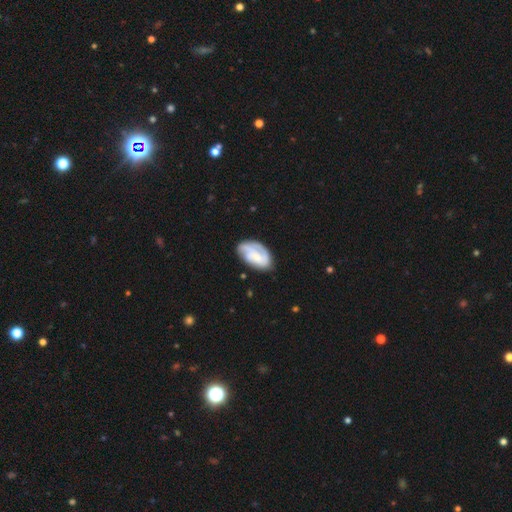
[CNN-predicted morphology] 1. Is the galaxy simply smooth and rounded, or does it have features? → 58% featured or disk, 36% smooth, 6% star or artifact.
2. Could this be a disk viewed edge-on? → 96% no, 4% yes.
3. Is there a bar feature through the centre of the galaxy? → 63% no, 30% weak, 8% strong.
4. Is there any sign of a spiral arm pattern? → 85% yes, 15% no.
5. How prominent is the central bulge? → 43% small, 29% moderate, 20% none, 6% large, 2% dominant.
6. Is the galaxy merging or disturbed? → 60% none, 26% minor disturbance, 12% major disturbance, 3% merger.